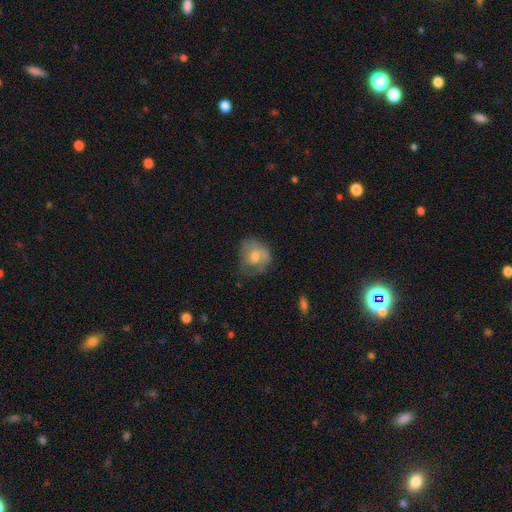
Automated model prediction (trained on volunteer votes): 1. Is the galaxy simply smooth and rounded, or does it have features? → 47% featured or disk, 46% smooth, 7% star or artifact.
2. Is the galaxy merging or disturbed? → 50% none, 28% minor disturbance, 20% major disturbance, 2% merger.